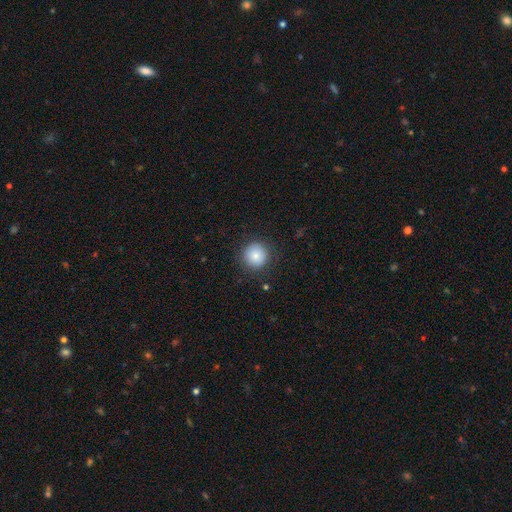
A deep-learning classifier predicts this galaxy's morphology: A smooth galaxy with no disk features (83%) that is round (95%). Merging: none (88%).